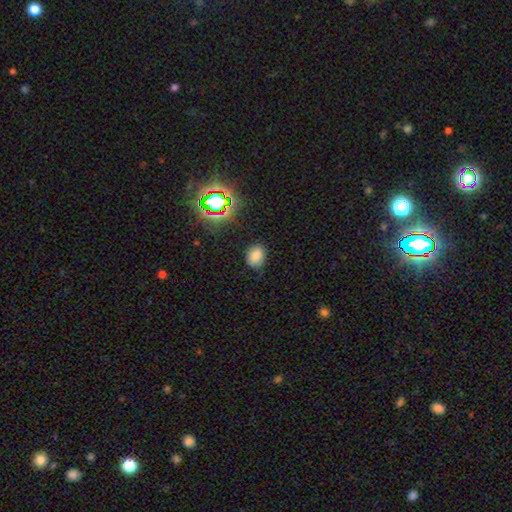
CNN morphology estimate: type=smooth (77%); roundness=in between (53%); merging=none (79%).